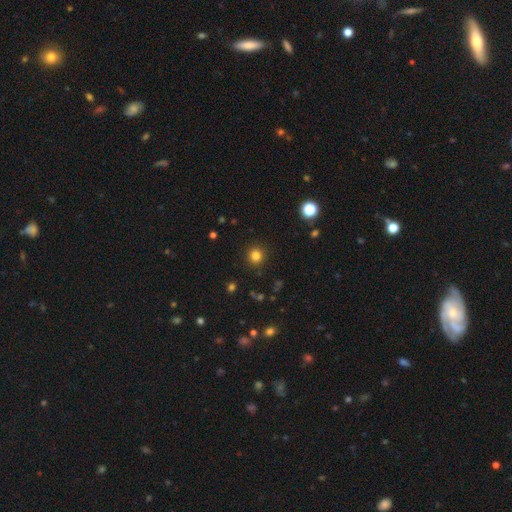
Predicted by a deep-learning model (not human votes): Morphology: type=smooth (81%); roundness=round (93%); merging=none (91%).